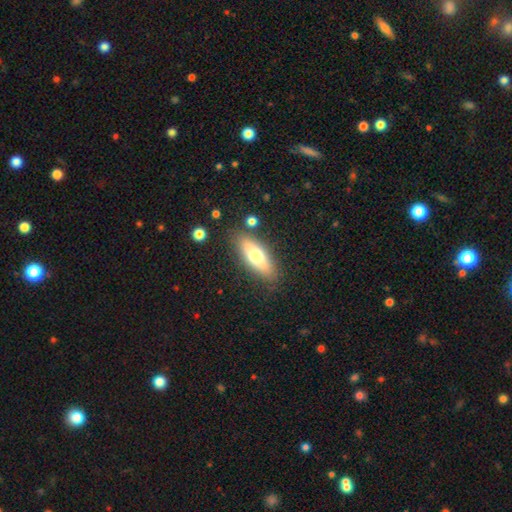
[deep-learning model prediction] smooth 65%, featured or disk 28%, star or artifact 7%. Down the decision tree: how rounded — in between (60%); merging — none (83%).